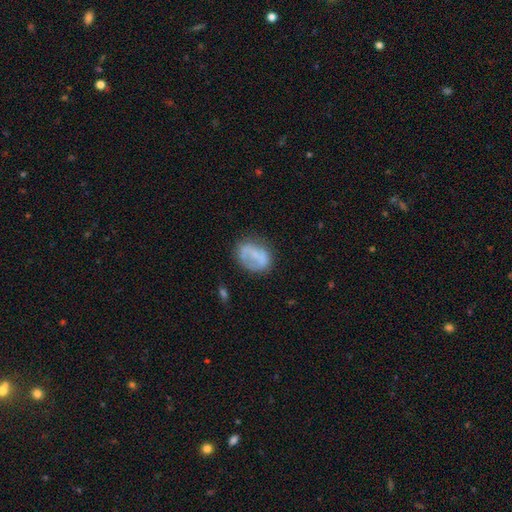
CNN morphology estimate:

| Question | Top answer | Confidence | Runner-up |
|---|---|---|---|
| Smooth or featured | smooth | 55% | featured or disk (36%) |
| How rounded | in between | 65% | round (33%) |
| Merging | none | 57% | minor disturbance (25%) |